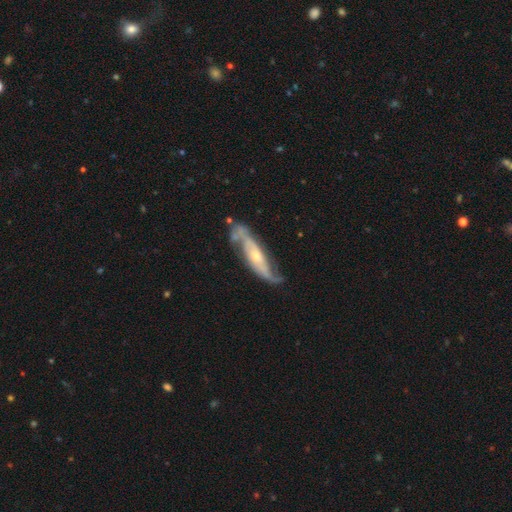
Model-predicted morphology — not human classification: The model was most divided on "spiral winding": medium: 40%, loose: 37%, tight: 23%. More confident: spiral arms — yes (94%); spiral arm count — 2 (84%); smooth or featured — featured or disk (83%); edge-on disk — no (77%); merging — none (67%); bulge size — small (53%); bar — no (51%).